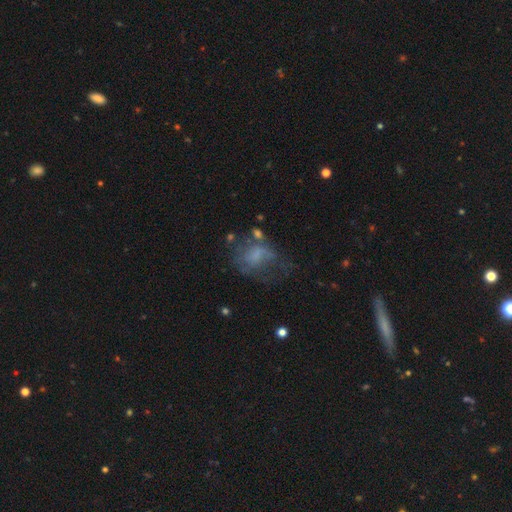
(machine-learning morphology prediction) Overall: smooth (48%; featured or disk 38%). Merging: major disturbance (38%; none 33%).